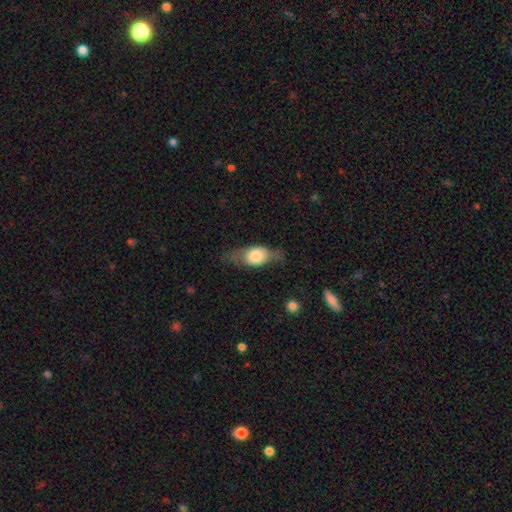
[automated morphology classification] smooth_or_featured: smooth (p=0.57) [alt: featured or disk p=0.37]
how_rounded: in between (p=0.69) [alt: round p=0.18]
merging: none (p=0.60) [alt: minor disturbance p=0.25]